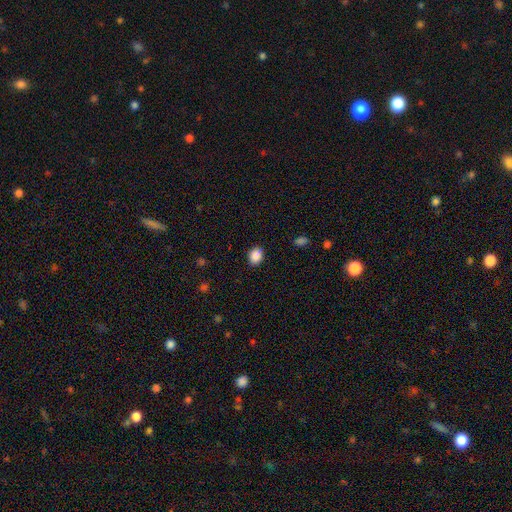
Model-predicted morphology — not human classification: Q: Smooth or featured?
A: smooth (87%); runner-up: star or artifact (9%)
Q: How rounded?
A: in between (50%); runner-up: round (49%)
Q: Merging?
A: none (87%); runner-up: minor disturbance (9%)